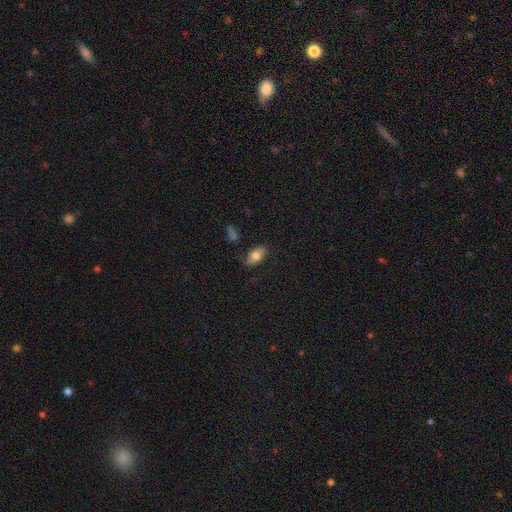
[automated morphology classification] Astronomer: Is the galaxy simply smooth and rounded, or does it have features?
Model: smooth — 75%.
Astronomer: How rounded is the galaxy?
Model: in between — 89%.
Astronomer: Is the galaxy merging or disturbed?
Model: none — 78%.